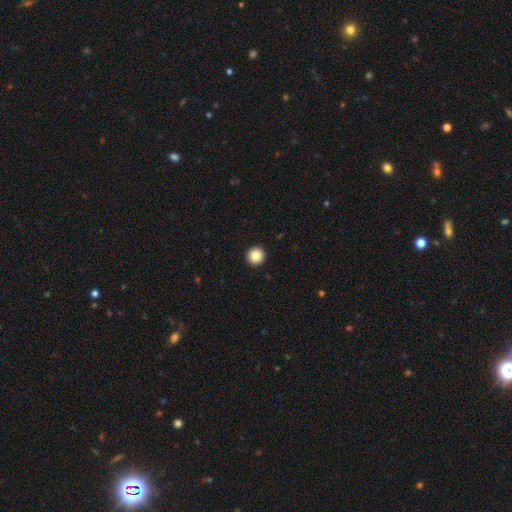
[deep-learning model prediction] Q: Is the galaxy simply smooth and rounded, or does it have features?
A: smooth — 85%.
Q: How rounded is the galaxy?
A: round — 96%.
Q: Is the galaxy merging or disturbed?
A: none — 94%.